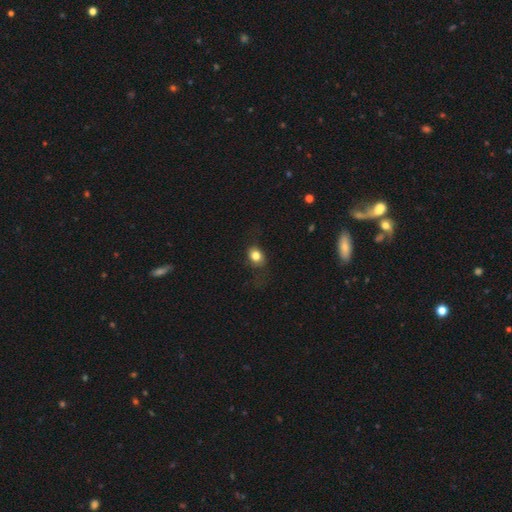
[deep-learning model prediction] Smooth or featured? Predicted: smooth (p=0.80). How rounded? Predicted: in between (p=0.51). Merging? Predicted: none (p=0.71).